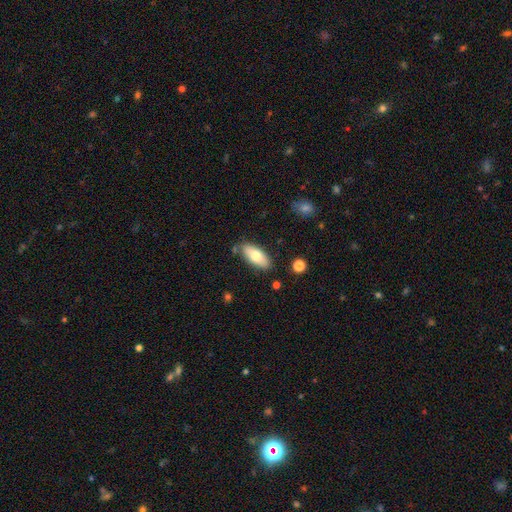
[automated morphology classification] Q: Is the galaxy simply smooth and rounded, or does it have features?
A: smooth — 73%.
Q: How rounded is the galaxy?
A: in between — 86%.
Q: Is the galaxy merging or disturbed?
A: none — 80%.